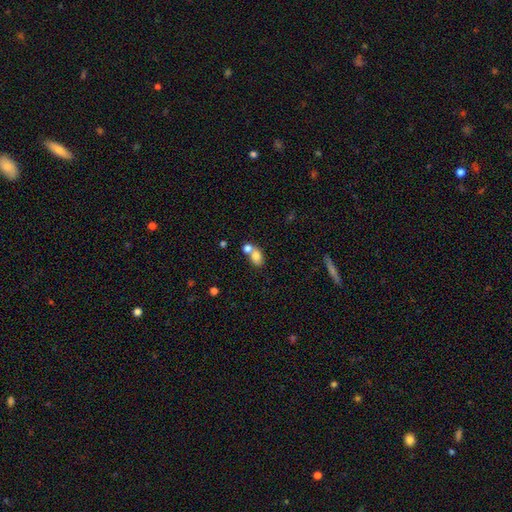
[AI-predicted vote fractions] The model was most divided on "merging": merger: 55%, none: 33%, minor disturbance: 9%, major disturbance: 4%. More confident: smooth or featured — smooth (77%); how rounded — in between (70%).